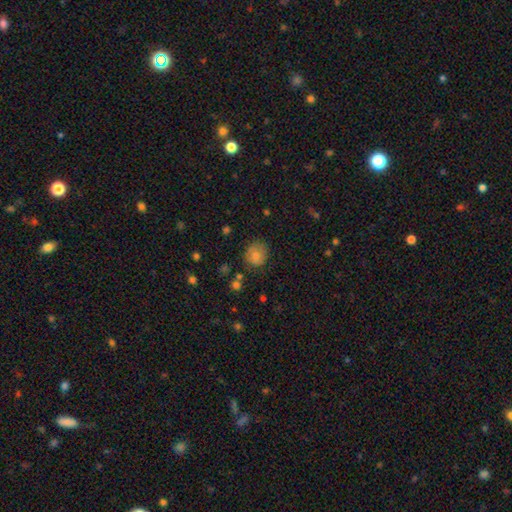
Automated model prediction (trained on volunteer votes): A smooth galaxy with no disk features (75%) that is round (80%).

Vote fractions:
- Smooth or featured? smooth: 75% / featured or disk: 15% / star or artifact: 10%
- How rounded? round: 80% / in between: 19% / cigar-shaped: 1%
- Merging? none: 73% / minor disturbance: 20% / major disturbance: 5% / merger: 2%